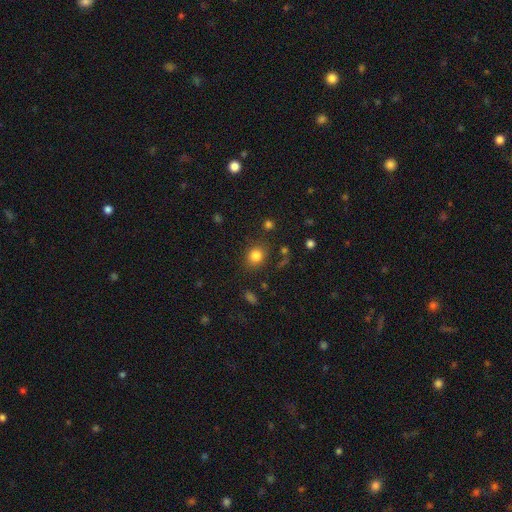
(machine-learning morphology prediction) smooth 82%, star or artifact 12%, featured or disk 6%. Down the decision tree: how rounded — round (67%); merging — none (81%).